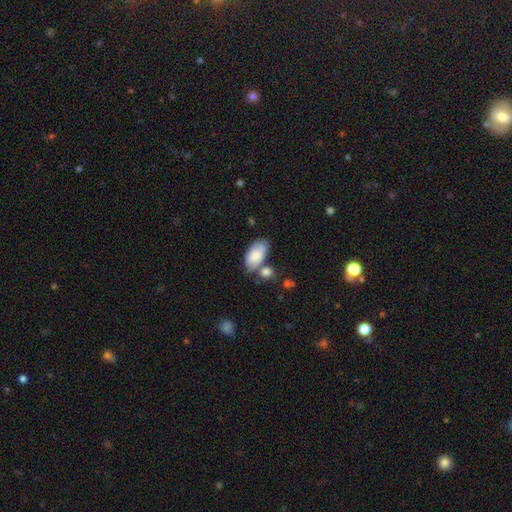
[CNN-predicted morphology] A smooth galaxy with no disk features (79%) that is in between round and cigar-shaped (94%). Merging: none (43%).